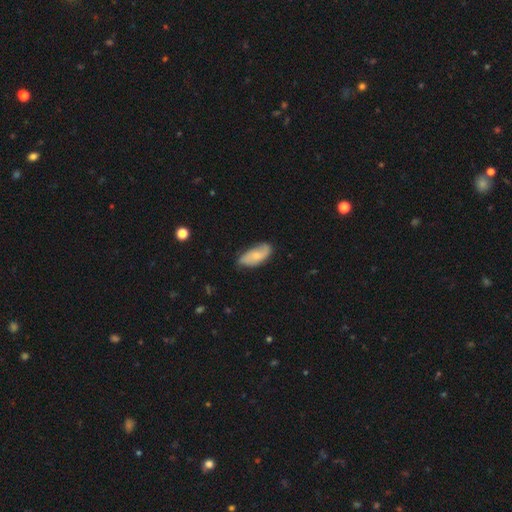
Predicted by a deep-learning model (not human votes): A smooth galaxy with no disk features (51%) that is in between round and cigar-shaped (89%).

Vote fractions:
- Smooth or featured? smooth: 51% / featured or disk: 43% / star or artifact: 6%
- How rounded? in between: 89% / cigar-shaped: 8% / round: 3%
- Merging? none: 67% / minor disturbance: 26% / major disturbance: 5% / merger: 2%